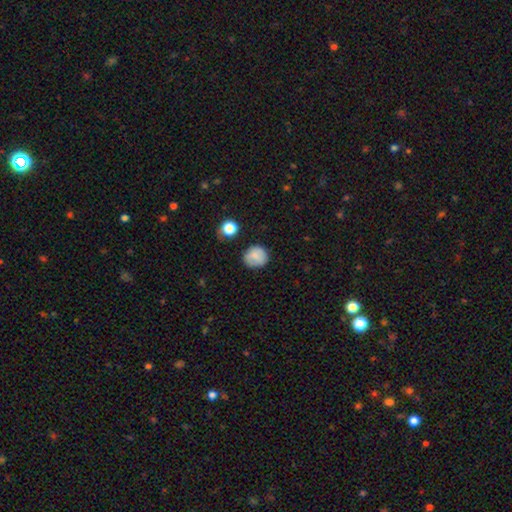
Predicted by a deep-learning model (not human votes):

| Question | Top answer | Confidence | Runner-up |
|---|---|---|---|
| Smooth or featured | smooth | 78% | featured or disk (13%) |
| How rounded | round | 83% | in between (16%) |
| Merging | none | 75% | minor disturbance (18%) |